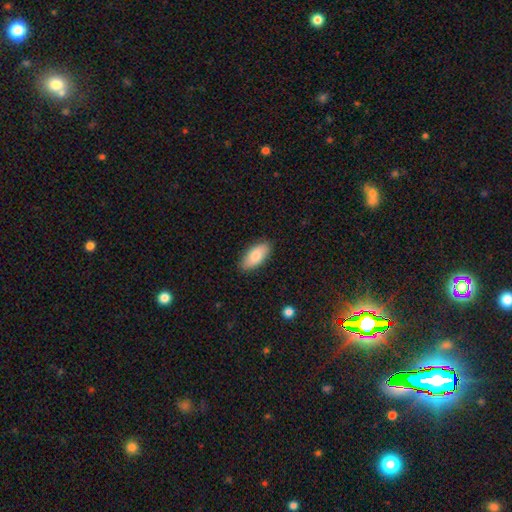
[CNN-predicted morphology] smooth_or_featured: smooth (p=0.80) [alt: featured or disk p=0.14]
how_rounded: in between (p=0.89) [alt: cigar-shaped p=0.08]
merging: none (p=0.87) [alt: minor disturbance p=0.10]